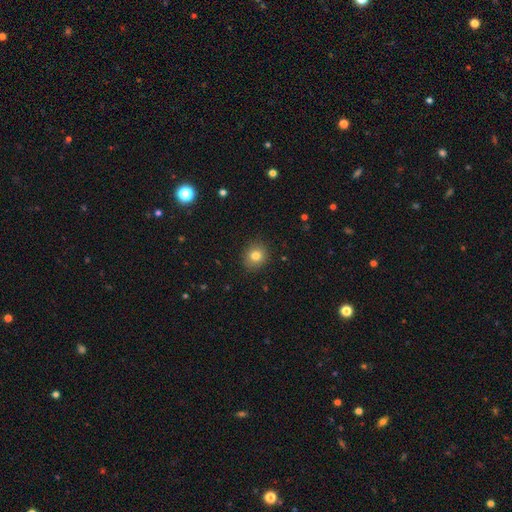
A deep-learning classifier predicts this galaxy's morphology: Smooth or featured? smooth (81%)
How rounded? round (78%)
Merging? none (89%)